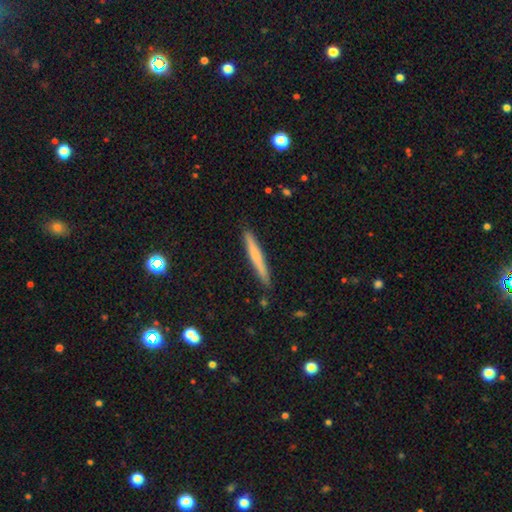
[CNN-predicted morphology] A smooth galaxy with no disk features (61%) that is cigar-shaped (96%).

Vote fractions:
- Smooth or featured? smooth: 61% / featured or disk: 32% / star or artifact: 6%
- How rounded? cigar-shaped: 96% / in between: 2% / round: 1%
- Merging? none: 90% / minor disturbance: 7% / major disturbance: 1% / merger: 1%